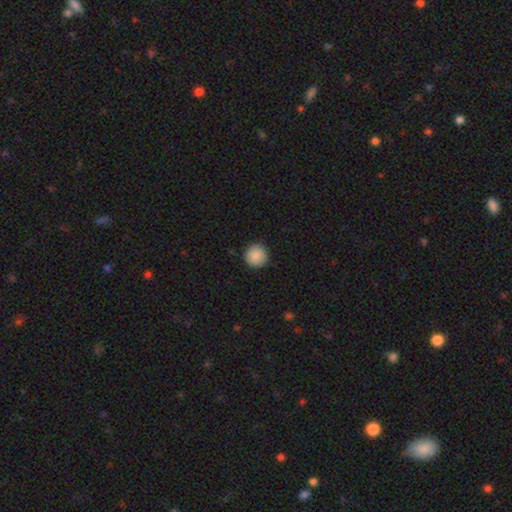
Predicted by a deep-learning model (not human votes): Smooth or featured: smooth — 89% (star or artifact — 8%)
How rounded: round — 95% (in between — 4%)
Merging: none — 91% (minor disturbance — 6%)